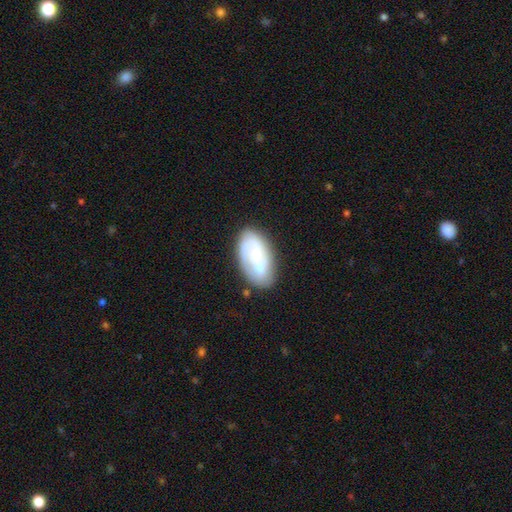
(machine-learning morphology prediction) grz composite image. It shows a featured or disk galaxy (68%) with no bar (53%), 2 (57%) tight (46%) spiral arms (90%) and a small central bulge (56%). Merging: none (76%).